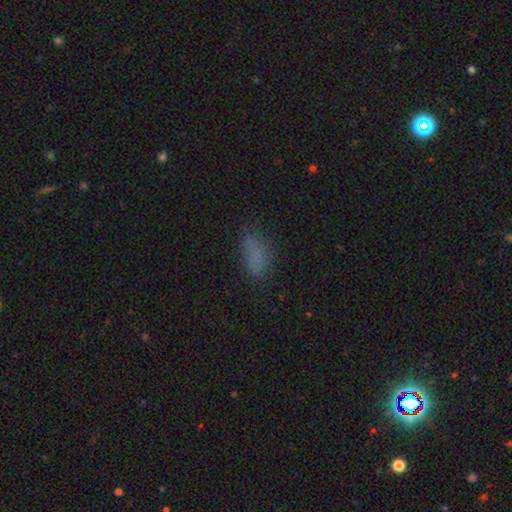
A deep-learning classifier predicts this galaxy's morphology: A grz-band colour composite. It shows a smooth galaxy with no disk features (77%) that is in between round and cigar-shaped (83%). Merging: none (68%).